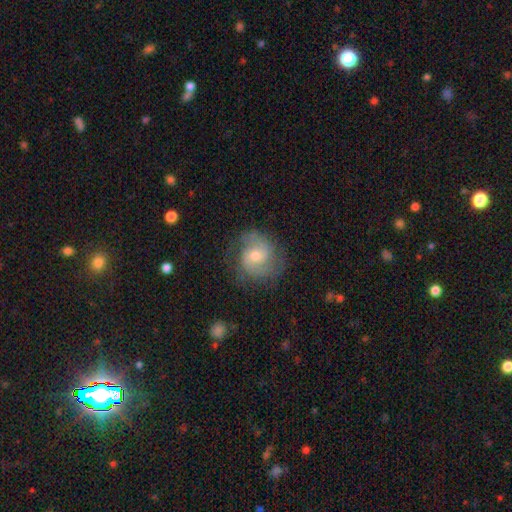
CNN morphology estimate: Smooth or featured? Predicted: featured or disk (p=0.71). Edge-on disk? Predicted: no (p=0.98). Bar? Predicted: no (p=0.53). Spiral arms? Predicted: yes (p=0.92). Spiral winding? Predicted: medium (p=0.48). Spiral arm count? Predicted: 2 (p=0.76). Bulge size? Predicted: moderate (p=0.54). Merging? Predicted: none (p=0.72).